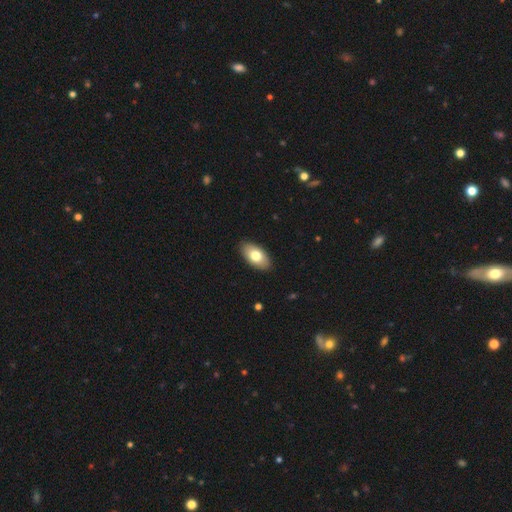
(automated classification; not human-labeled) Smooth or featured? Predicted: smooth (p=0.76). How rounded? Predicted: in between (p=0.94). Merging? Predicted: none (p=0.89).